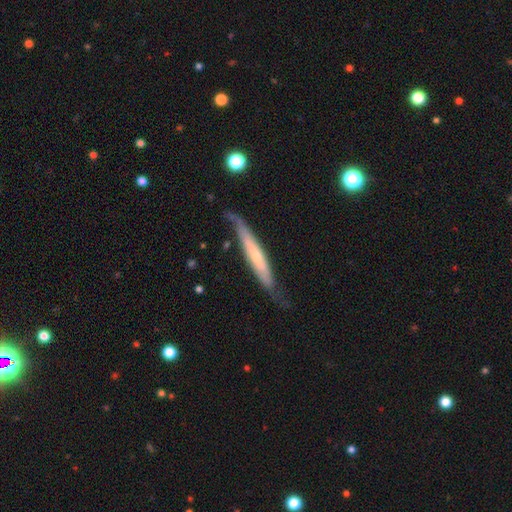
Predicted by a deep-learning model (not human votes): featured or disk 56%, smooth 39%, star or artifact 5%. Down the decision tree: edge-on disk — yes (80%); merging — none (65%).